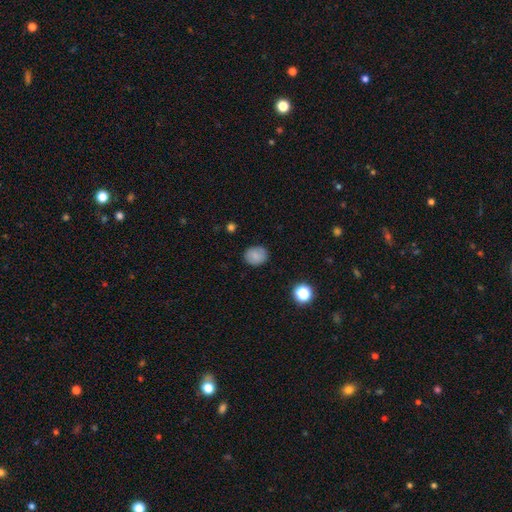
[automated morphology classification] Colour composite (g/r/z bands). It shows a smooth galaxy with no disk features (84%) that is round (64%). Merging: none (86%).